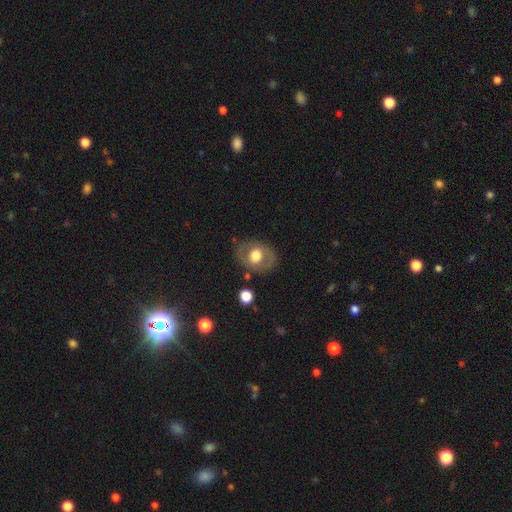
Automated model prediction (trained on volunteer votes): Morphology: type=smooth (50%); merging=none (78%).